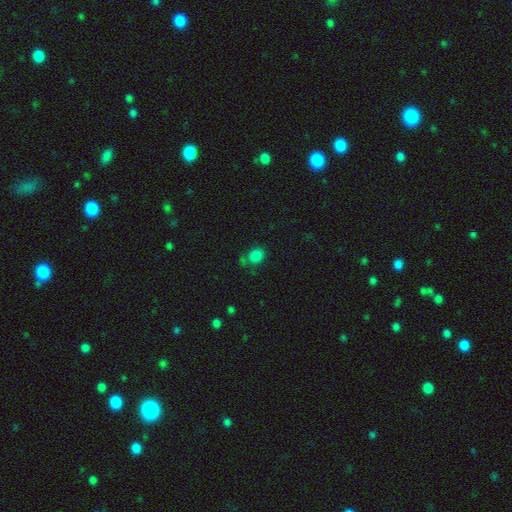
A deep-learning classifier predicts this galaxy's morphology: Smooth or featured? smooth (81%)
How rounded? round (61%)
Merging? none (66%)